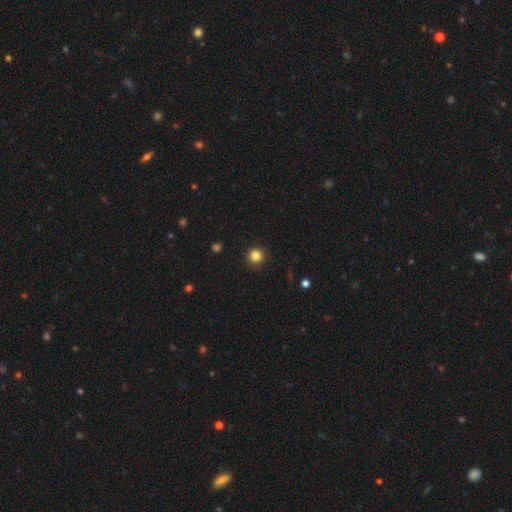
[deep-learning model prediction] Smooth or featured?
  - smooth: 84% *
  - star or artifact: 12%
  - featured or disk: 4%
How rounded?
  - round: 95% *
  - in between: 4%
  - cigar-shaped: 1%
Merging?
  - none: 91% *
  - minor disturbance: 6%
  - major disturbance: 2%
  - merger: 1%